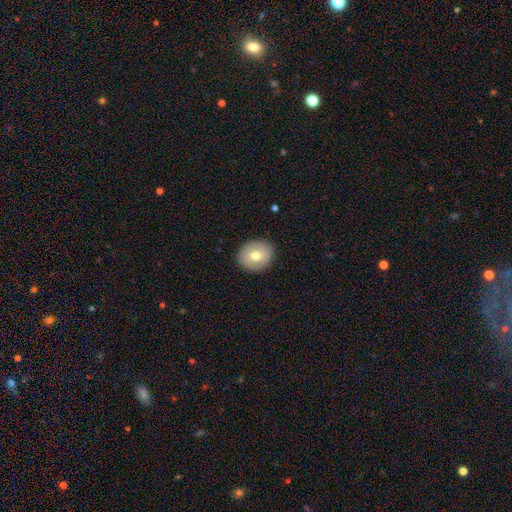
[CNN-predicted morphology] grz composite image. It shows a smooth galaxy with no disk features (69%) that is round (78%). Merging: none (89%).